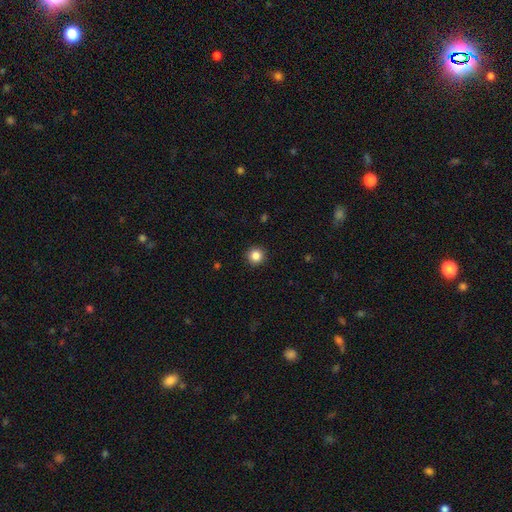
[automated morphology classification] smooth_or_featured: smooth (p=0.85) [alt: star or artifact p=0.11]
how_rounded: round (p=0.95) [alt: in between p=0.04]
merging: none (p=0.93) [alt: minor disturbance p=0.05]